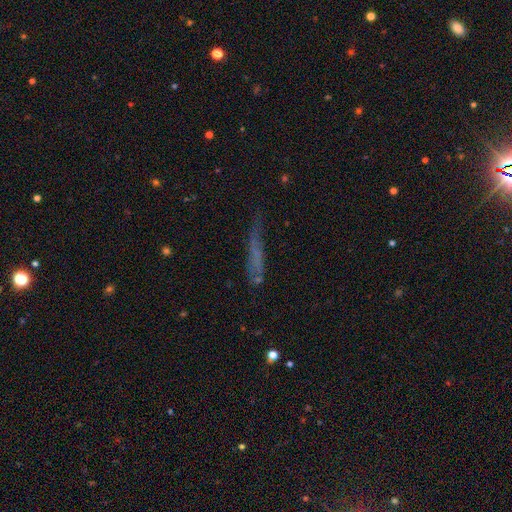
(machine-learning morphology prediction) A smooth galaxy with no disk features (51%) that is cigar-shaped (89%). Merging: none (54%).